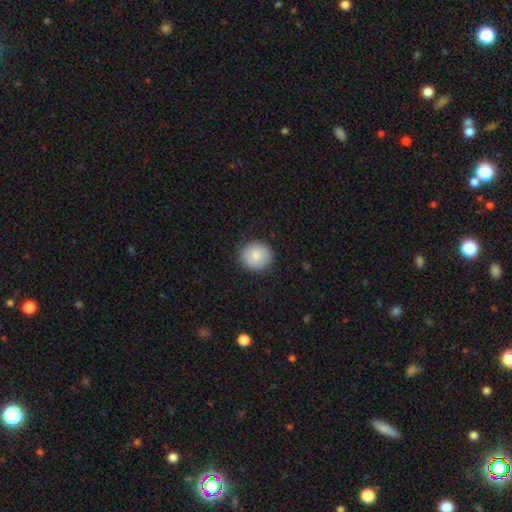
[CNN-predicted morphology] smooth-or-featured: smooth: 81% | featured or disk: 13% | star or artifact: 7%
  how-rounded: round: 91% | in between: 8% | cigar-shaped: 1%
  merging: none: 86% | minor disturbance: 11% | major disturbance: 3% | merger: 1%